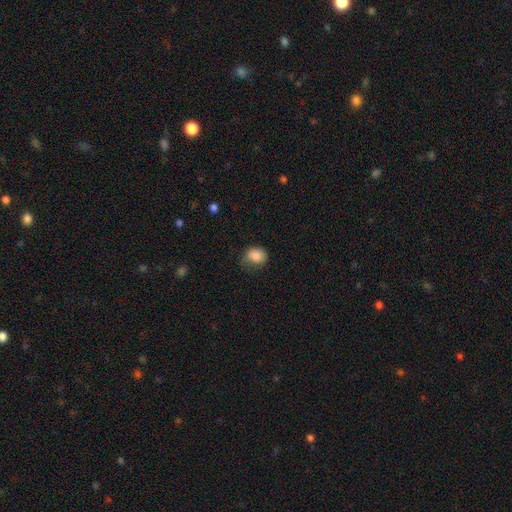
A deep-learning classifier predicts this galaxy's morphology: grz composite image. It shows a smooth galaxy with no disk features (86%) that is round (55%). Merging: none (60%).